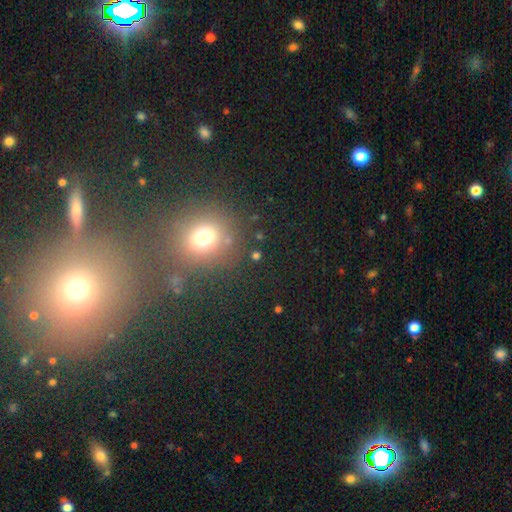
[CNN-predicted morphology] smooth_or_featured: smooth (p=0.58) [alt: star or artifact p=0.31]
how_rounded: round (p=0.77) [alt: in between p=0.21]
merging: none (p=0.74) [alt: minor disturbance p=0.11]